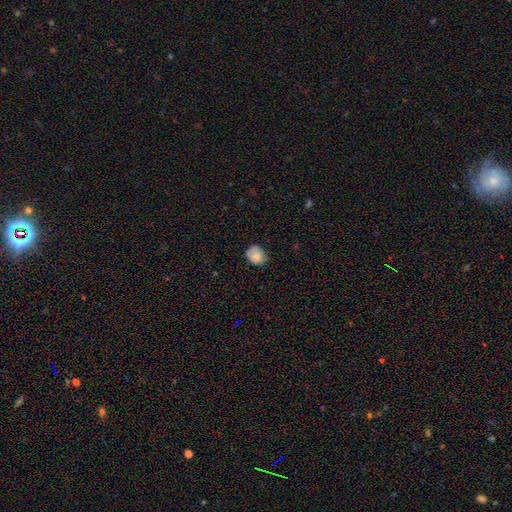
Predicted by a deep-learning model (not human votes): This appears to be a smooth galaxy with no disk features (79%) that is round (64%). Merging: none (66%).